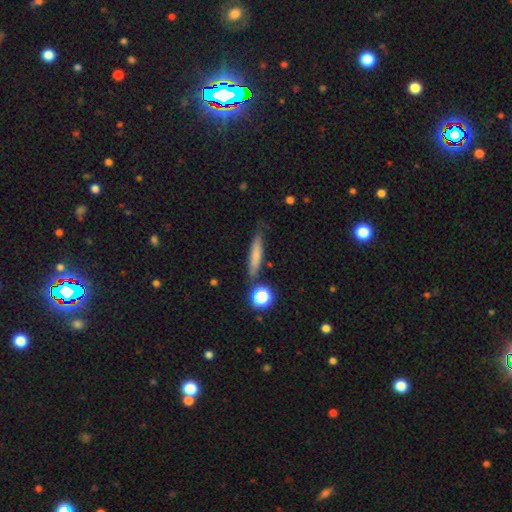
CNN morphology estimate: smooth-or-featured: smooth: 70% | featured or disk: 21% | star or artifact: 10%
  how-rounded: cigar-shaped: 83% | in between: 13% | round: 4%
  merging: none: 73% | minor disturbance: 17% | merger: 6% | major disturbance: 4%